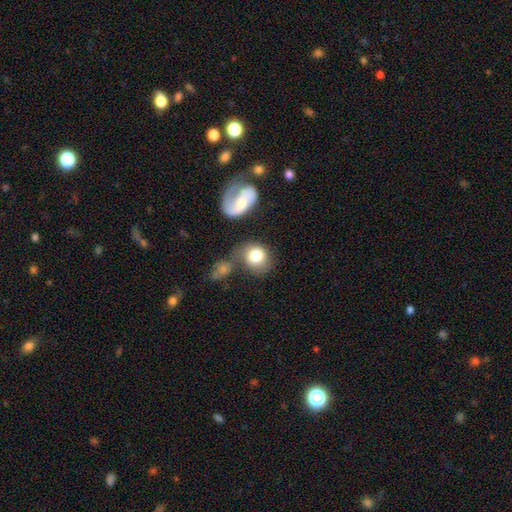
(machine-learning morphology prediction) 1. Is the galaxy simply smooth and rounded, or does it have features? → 77% smooth, 16% featured or disk, 7% star or artifact.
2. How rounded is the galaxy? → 70% round, 29% in between, 1% cigar-shaped.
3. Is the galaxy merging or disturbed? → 40% none, 33% merger, 16% minor disturbance, 12% major disturbance.